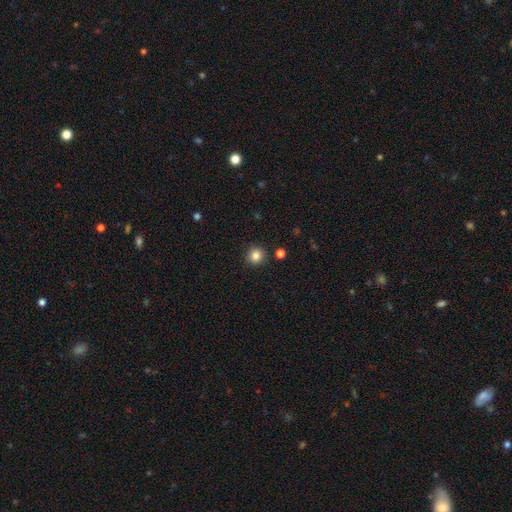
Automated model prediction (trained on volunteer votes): This is clearly a smooth galaxy (84%). How rounded: clearly round (93%). Merging: clearly none (90%).